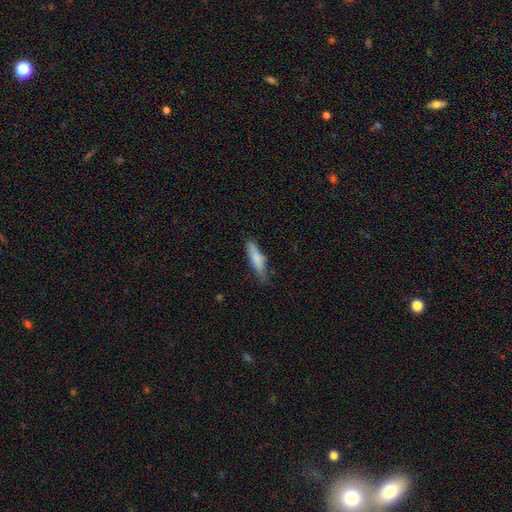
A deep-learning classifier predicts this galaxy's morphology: Q: Smooth or featured?
A: smooth (74%); runner-up: featured or disk (20%)
Q: How rounded?
A: cigar-shaped (77%); runner-up: in between (21%)
Q: Merging?
A: none (72%); runner-up: minor disturbance (22%)